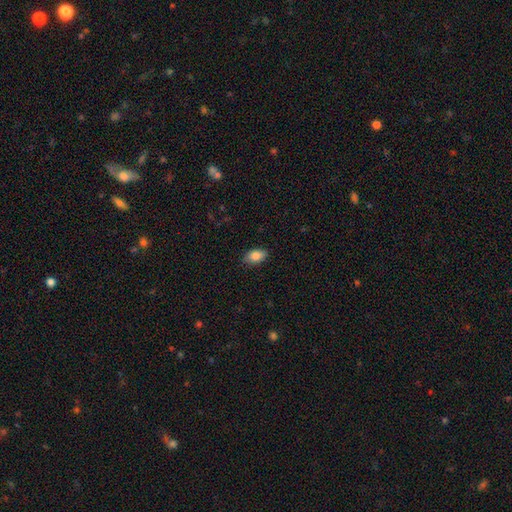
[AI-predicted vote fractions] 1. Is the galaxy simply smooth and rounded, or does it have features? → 84% smooth, 9% featured or disk, 7% star or artifact.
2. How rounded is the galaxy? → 91% in between, 6% round, 3% cigar-shaped.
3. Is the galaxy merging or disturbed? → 86% none, 11% minor disturbance, 2% major disturbance, 1% merger.